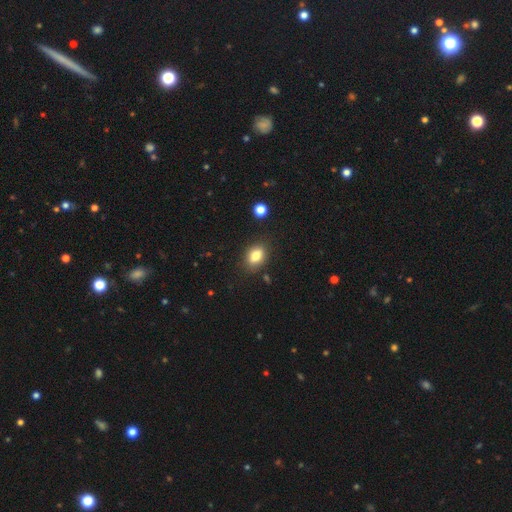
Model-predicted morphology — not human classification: This is clearly a smooth galaxy (82%). How rounded: clearly in between (80%). Merging: clearly none (81%).